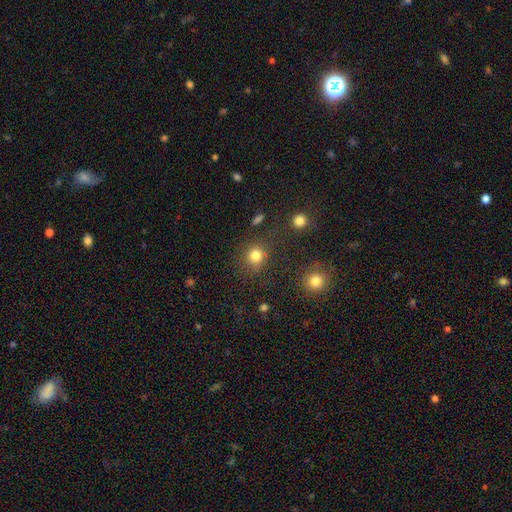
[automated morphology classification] smooth_or_featured: smooth (p=0.82) [alt: star or artifact p=0.13]
how_rounded: round (p=0.87) [alt: in between p=0.12]
merging: none (p=0.79) [alt: minor disturbance p=0.10]